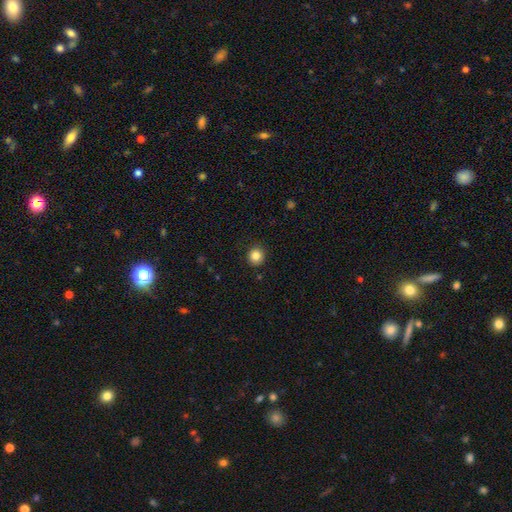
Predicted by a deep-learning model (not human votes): Smooth or featured: smooth — 84% (star or artifact — 10%)
How rounded: round — 88% (in between — 11%)
Merging: none — 91% (minor disturbance — 6%)